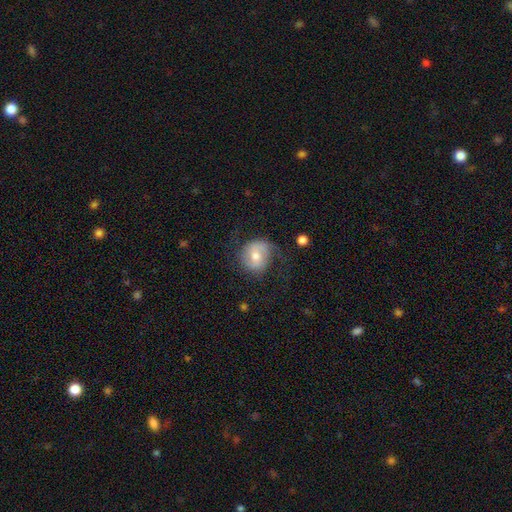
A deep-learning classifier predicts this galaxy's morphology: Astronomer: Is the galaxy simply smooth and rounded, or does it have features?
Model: featured or disk — 50% (runner-up: smooth, 43%).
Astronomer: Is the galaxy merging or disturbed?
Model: none — 57%.